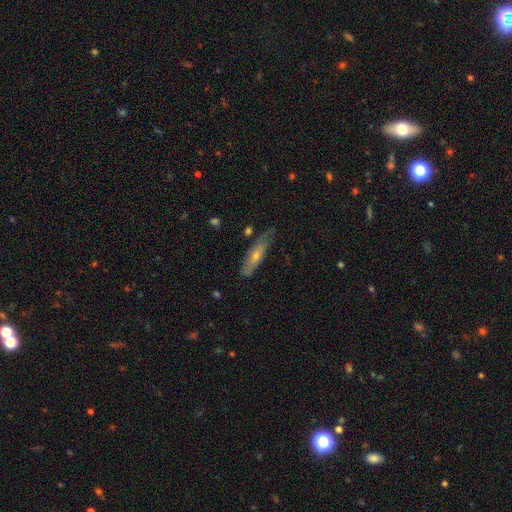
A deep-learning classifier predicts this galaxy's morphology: smooth_or_featured: featured or disk (p=0.50) [alt: smooth p=0.42]
disk_edge_on: yes (p=0.58) [alt: no p=0.42]
merging: none (p=0.69) [alt: minor disturbance p=0.24]